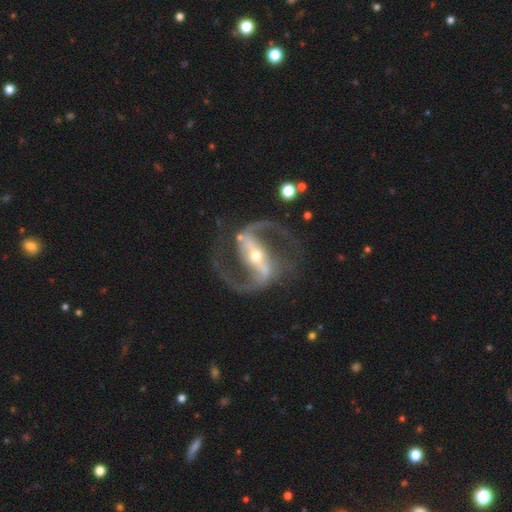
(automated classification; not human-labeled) This appears to be a featured or disk galaxy (93%) with a strong bar (75%), 2 (94%) medium (61%) spiral arms (98%) and a small central bulge (50%). Merging: none (80%).